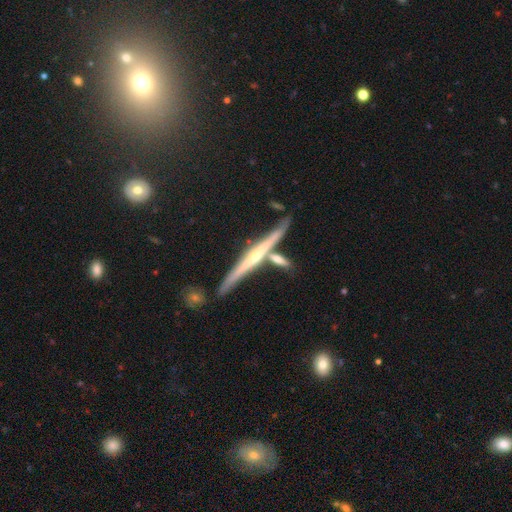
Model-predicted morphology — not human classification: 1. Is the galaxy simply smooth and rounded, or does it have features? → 78% featured or disk, 15% smooth, 7% star or artifact.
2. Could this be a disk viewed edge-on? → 97% yes, 3% no.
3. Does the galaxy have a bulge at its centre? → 70% rounded, 24% none, 6% boxy.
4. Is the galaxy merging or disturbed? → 74% none, 12% merger, 11% minor disturbance, 3% major disturbance.